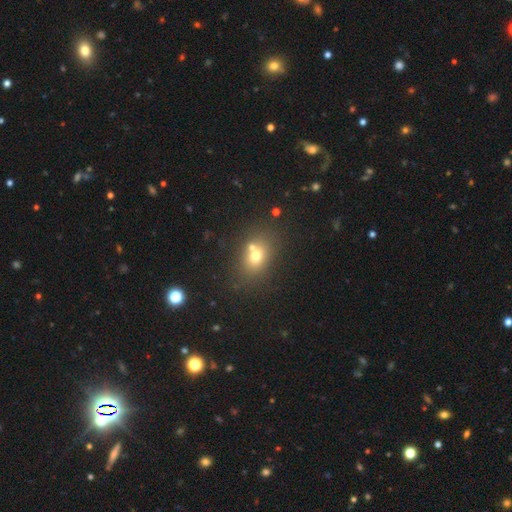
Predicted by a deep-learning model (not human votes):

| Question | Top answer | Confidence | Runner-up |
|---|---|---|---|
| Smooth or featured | smooth | 66% | featured or disk (18%) |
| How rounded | in between | 53% | round (45%) |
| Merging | none | 53% | merger (32%) |